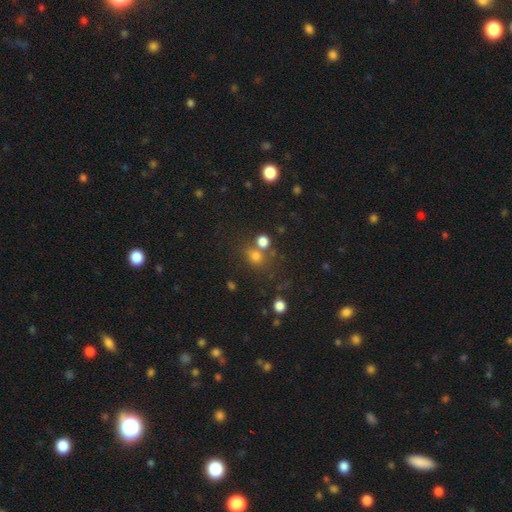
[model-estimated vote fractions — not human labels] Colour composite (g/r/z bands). It shows a smooth galaxy with no disk features (68%) that is round (65%). Merging: none (56%).